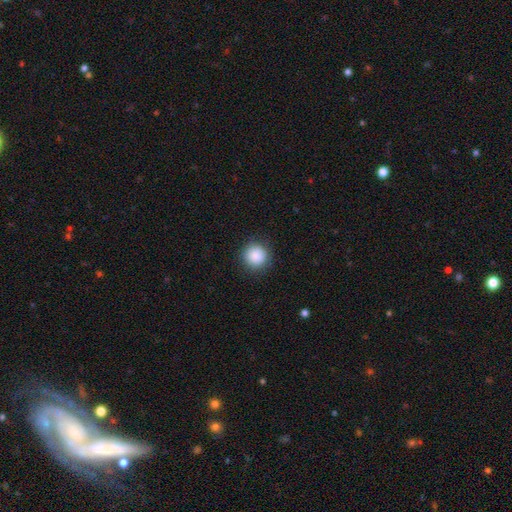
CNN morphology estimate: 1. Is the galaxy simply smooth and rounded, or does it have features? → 89% smooth, 8% star or artifact, 3% featured or disk.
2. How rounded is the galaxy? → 94% round, 5% in between, 1% cigar-shaped.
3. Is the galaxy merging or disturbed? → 89% none, 7% minor disturbance, 2% major disturbance, 1% merger.